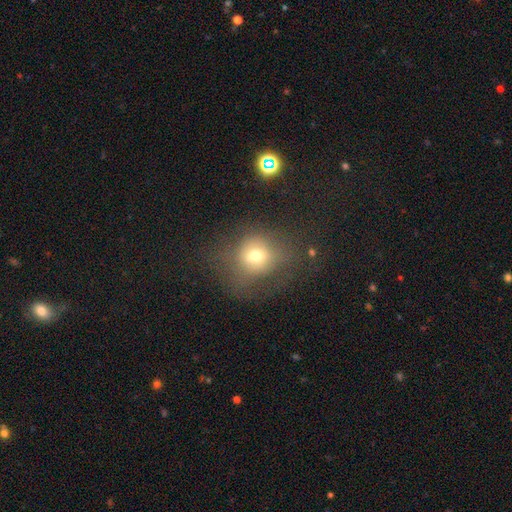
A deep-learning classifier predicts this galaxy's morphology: Q: Smooth or featured?
A: smooth (65%); runner-up: featured or disk (19%)
Q: How rounded?
A: round (75%); runner-up: in between (24%)
Q: Merging?
A: none (50%); runner-up: major disturbance (24%)